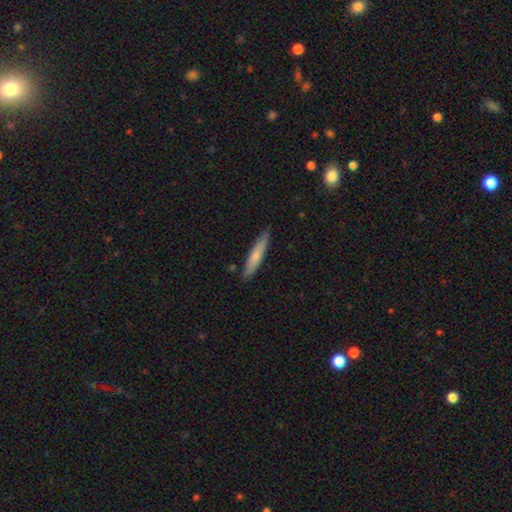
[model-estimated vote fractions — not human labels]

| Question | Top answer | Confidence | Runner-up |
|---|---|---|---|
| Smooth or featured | smooth | 69% | featured or disk (26%) |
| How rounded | cigar-shaped | 89% | in between (9%) |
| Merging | none | 86% | minor disturbance (11%) |